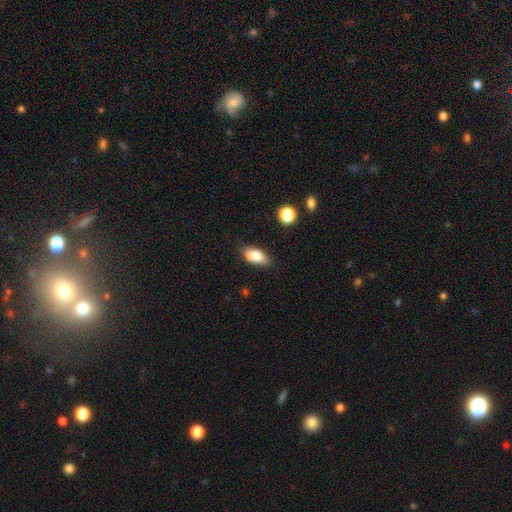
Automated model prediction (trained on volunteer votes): A smooth galaxy with no disk features (77%) that is in between round and cigar-shaped (86%). Merging: none (64%).